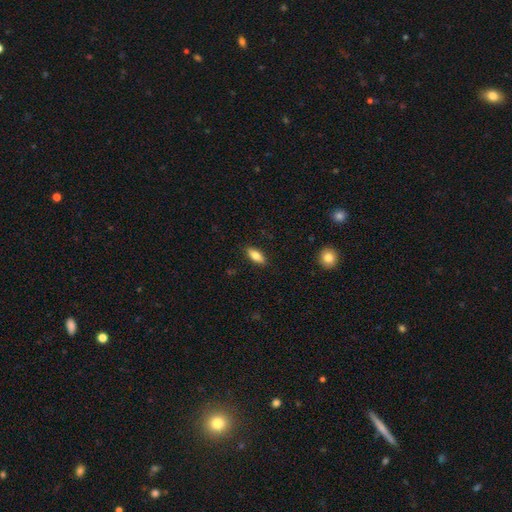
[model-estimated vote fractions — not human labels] A smooth galaxy with no disk features (79%) that is in between round and cigar-shaped (81%).

Vote fractions:
- Smooth or featured? smooth: 79% / featured or disk: 15% / star or artifact: 7%
- How rounded? in between: 81% / cigar-shaped: 17% / round: 3%
- Merging? none: 88% / minor disturbance: 9% / major disturbance: 2% / merger: 1%